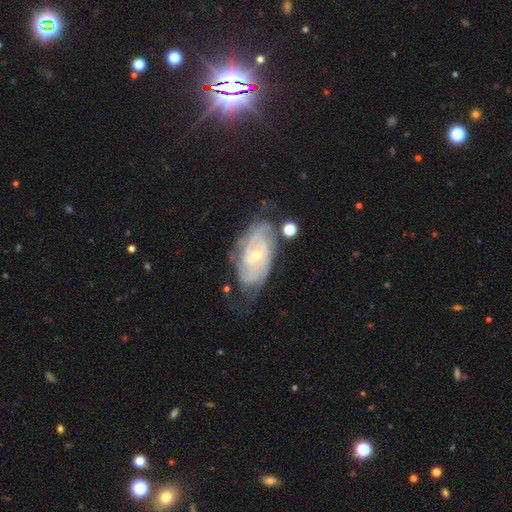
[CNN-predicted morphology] A featured or disk galaxy (86%) with a weak bar (43%), 2 (32%) tight (67%) spiral arms (96%) and a small central bulge (65%).

Vote fractions:
- Smooth or featured? featured or disk: 86% / smooth: 8% / star or artifact: 6%
- Edge-on disk? no: 95% / yes: 5%
- Bar? weak: 43% / no: 42% / strong: 15%
- Spiral arms? yes: 96% / no: 4%
- Spiral winding? tight: 67% / medium: 28% / loose: 6%
- Spiral arm count? 2: 32% / can't tell: 31% / 3: 18% / 4: 10% / more than 4: 4% / 1: 4%
- Bulge size? small: 65% / moderate: 32% / none: 1% / large: 1% / dominant: 1%
- Merging? none: 62% / minor disturbance: 24% / major disturbance: 10% / merger: 4%